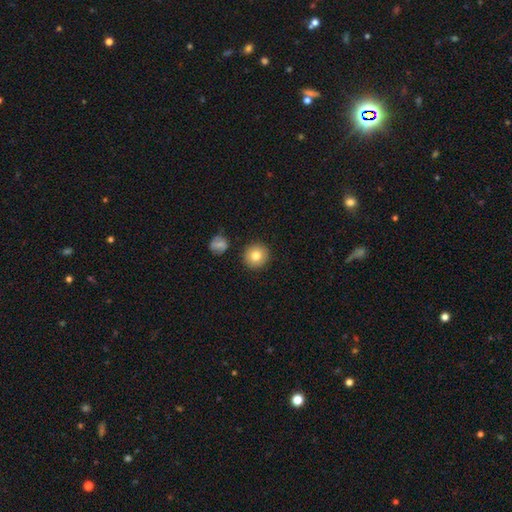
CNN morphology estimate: Smooth or featured?
  - smooth: 81% *
  - featured or disk: 10%
  - star or artifact: 10%
How rounded?
  - round: 94% *
  - in between: 5%
  - cigar-shaped: 1%
Merging?
  - none: 90% *
  - minor disturbance: 6%
  - merger: 3%
  - major disturbance: 2%